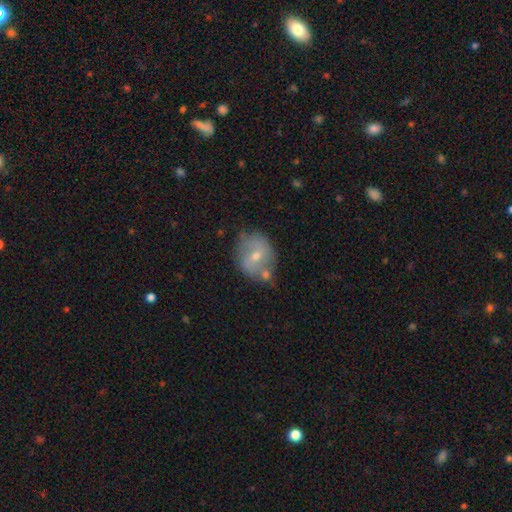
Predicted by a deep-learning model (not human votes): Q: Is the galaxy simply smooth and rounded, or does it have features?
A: smooth — 49%.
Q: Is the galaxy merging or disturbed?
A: none — 58%.